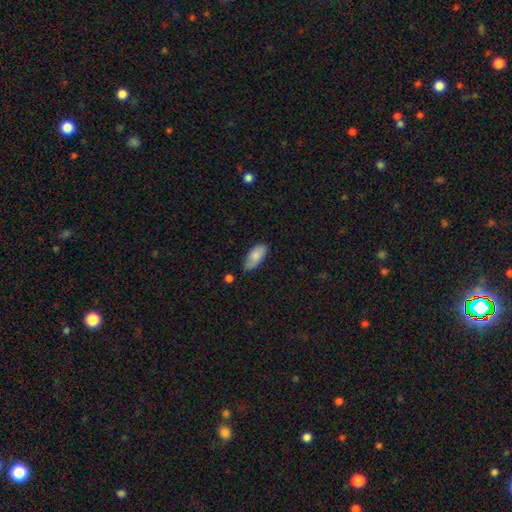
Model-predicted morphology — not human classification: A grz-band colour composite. It shows a smooth galaxy with no disk features (82%) that is in between round and cigar-shaped (89%). Merging: none (74%).